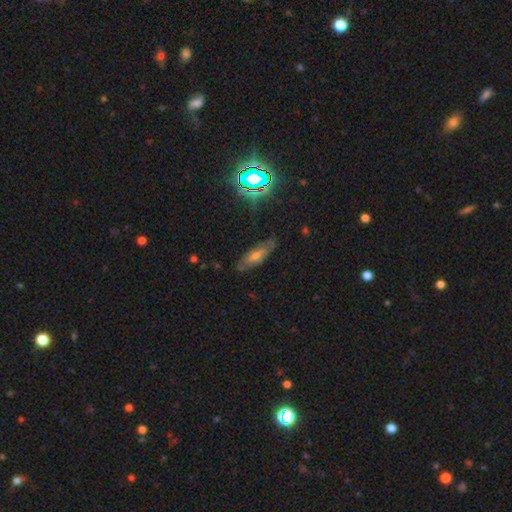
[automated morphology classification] This is marginally a featured or disk galaxy (43%). Merging: likely none (77%).